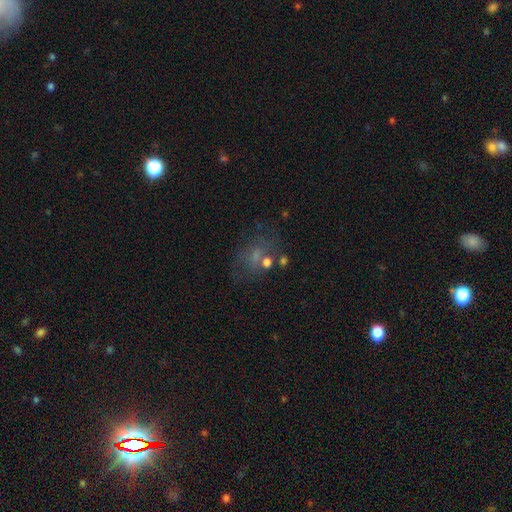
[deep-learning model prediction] smooth 38%, featured or disk 34%, star or artifact 27%. Down the decision tree: merging — none (54%).